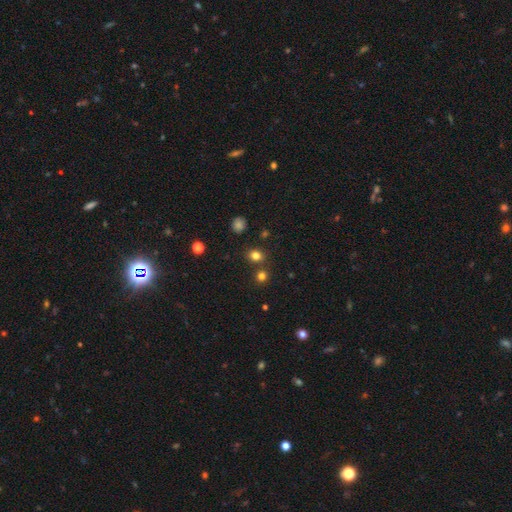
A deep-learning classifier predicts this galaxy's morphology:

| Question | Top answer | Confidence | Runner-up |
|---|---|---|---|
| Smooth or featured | smooth | 78% | star or artifact (16%) |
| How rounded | round | 71% | in between (28%) |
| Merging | none | 77% | merger (11%) |